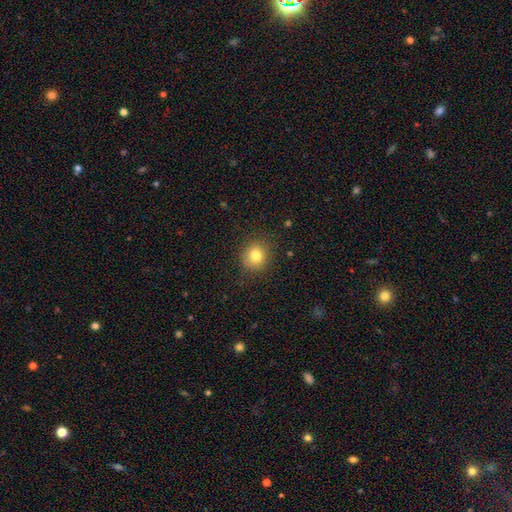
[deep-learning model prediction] A smooth galaxy with no disk features (80%) that is round (86%). Merging: none (86%).